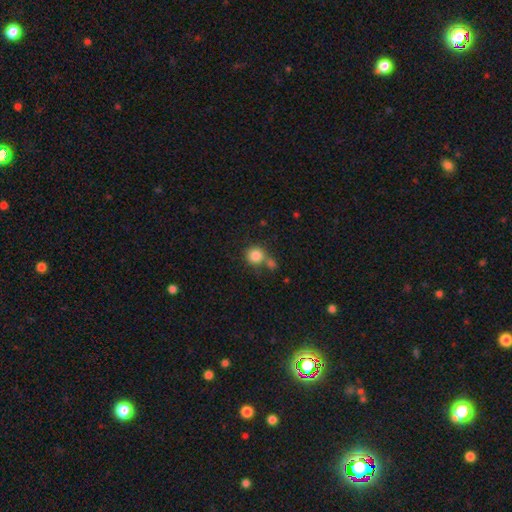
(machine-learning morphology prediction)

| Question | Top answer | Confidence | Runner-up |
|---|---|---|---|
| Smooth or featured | smooth | 84% | star or artifact (10%) |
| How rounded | round | 91% | in between (8%) |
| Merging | none | 57% | merger (29%) |